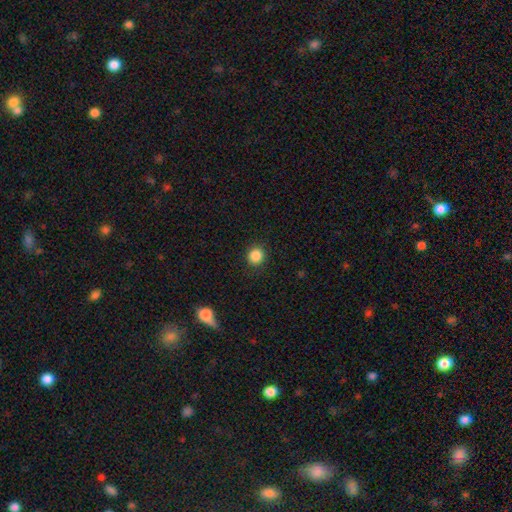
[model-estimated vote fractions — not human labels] A smooth galaxy with no disk features (86%) that is round (89%).

Vote fractions:
- Smooth or featured? smooth: 86% / star or artifact: 10% / featured or disk: 3%
- How rounded? round: 89% / in between: 10% / cigar-shaped: 1%
- Merging? none: 89% / minor disturbance: 7% / major disturbance: 3% / merger: 1%